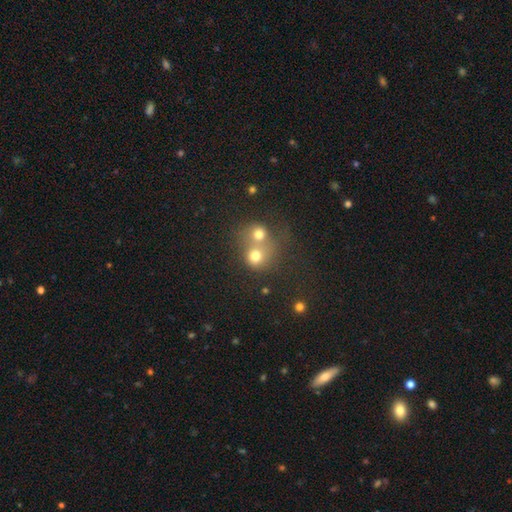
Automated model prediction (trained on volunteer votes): Smooth or featured?
  - smooth: 72% *
  - star or artifact: 15%
  - featured or disk: 14%
How rounded?
  - round: 79% *
  - in between: 20%
  - cigar-shaped: 1%
Merging?
  - merger: 60% *
  - none: 29%
  - minor disturbance: 6%
  - major disturbance: 4%